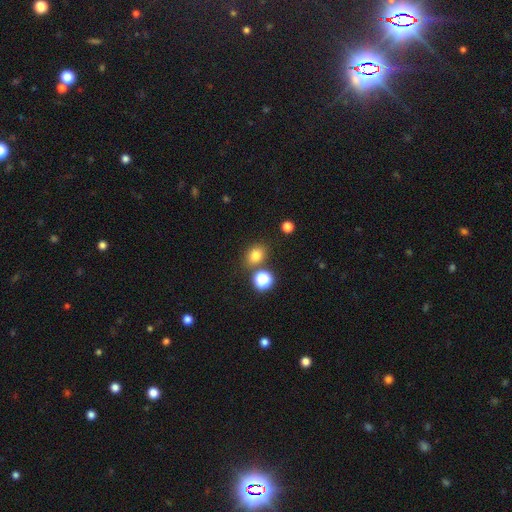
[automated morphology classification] Overall: smooth (77%). How rounded: round (57%; in between 42%). Merging: none (75%).